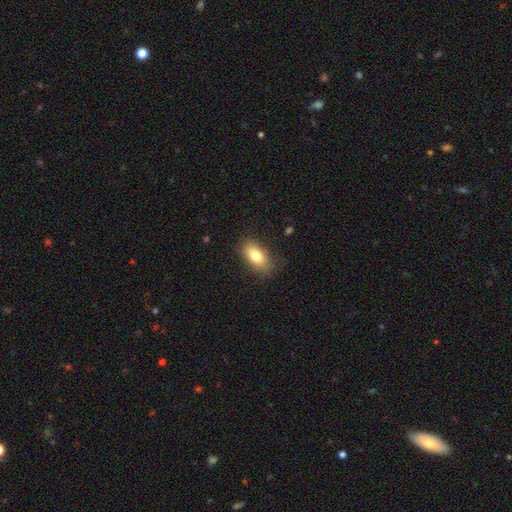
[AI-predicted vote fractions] A smooth galaxy with no disk features (79%) that is in between round and cigar-shaped (89%).

Vote fractions:
- Smooth or featured? smooth: 79% / featured or disk: 13% / star or artifact: 8%
- How rounded? in between: 89% / round: 6% / cigar-shaped: 5%
- Merging? none: 81% / minor disturbance: 15% / major disturbance: 4% / merger: 1%